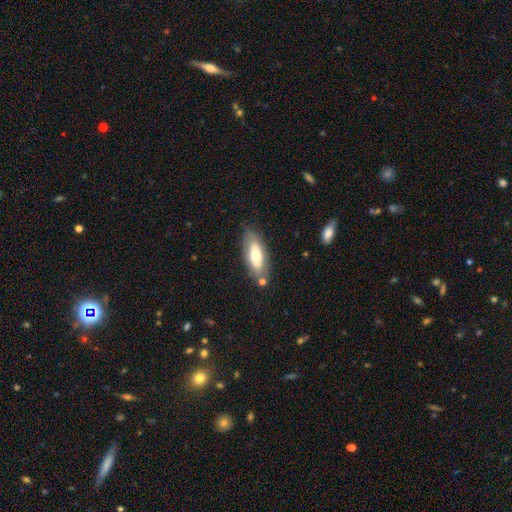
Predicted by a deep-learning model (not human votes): This appears to be a smooth galaxy with no disk features (61%) that is in between round and cigar-shaped (74%). Merging: none (75%).